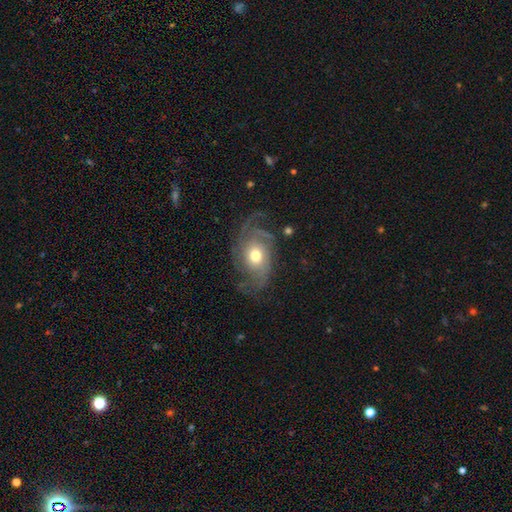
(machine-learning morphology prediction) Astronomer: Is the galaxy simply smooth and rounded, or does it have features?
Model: featured or disk — 83%.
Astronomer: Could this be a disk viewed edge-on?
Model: no — 96%.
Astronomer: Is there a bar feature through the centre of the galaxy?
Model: no — 78%.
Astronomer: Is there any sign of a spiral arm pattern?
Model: yes — 94%.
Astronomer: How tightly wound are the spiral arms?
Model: medium — 42% (runner-up: tight, 33%).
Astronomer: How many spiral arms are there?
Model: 3 — 30% (runner-up: 2, 25%).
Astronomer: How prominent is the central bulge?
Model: moderate — 71%.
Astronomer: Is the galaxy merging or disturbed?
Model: none — 62%.